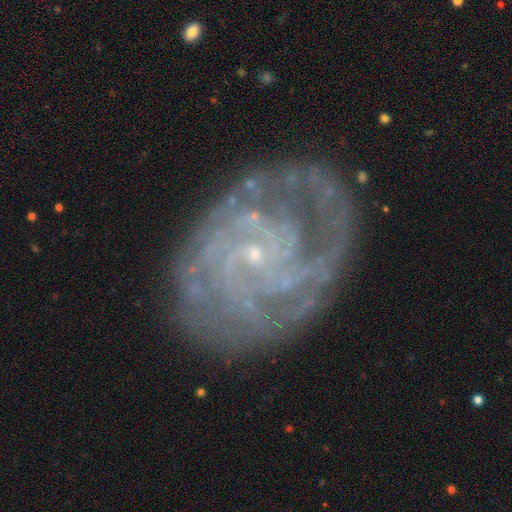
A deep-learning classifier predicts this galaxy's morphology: Smooth or featured? featured or disk (87%)
Edge-on disk? no (98%)
Bar? no (71%)
Spiral arms? yes (94%)
Spiral winding? tight (68%)
Spiral arm count? can't tell (30%)
Bulge size? small (87%)
Merging? none (73%)